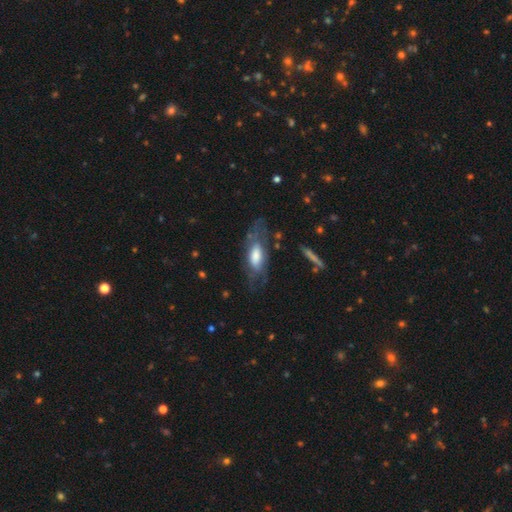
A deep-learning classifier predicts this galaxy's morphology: Smooth or featured: featured or disk — 53% (smooth — 40%)
Edge-on disk: no — 79% (yes — 21%)
Merging: none — 55% (minor disturbance — 23%)